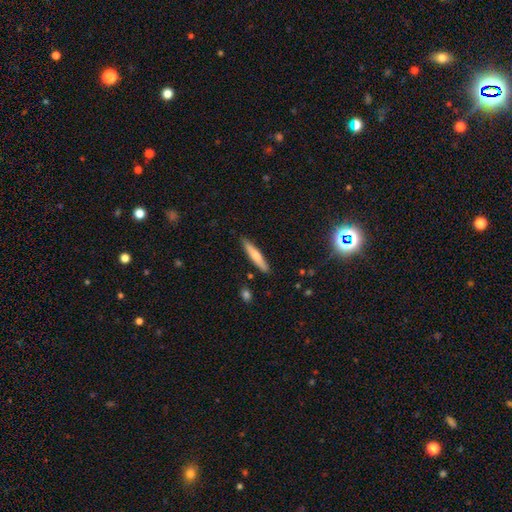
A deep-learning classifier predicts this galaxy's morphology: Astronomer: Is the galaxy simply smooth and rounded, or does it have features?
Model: smooth — 63%.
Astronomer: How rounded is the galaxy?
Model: cigar-shaped — 91%.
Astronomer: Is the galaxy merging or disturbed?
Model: none — 88%.